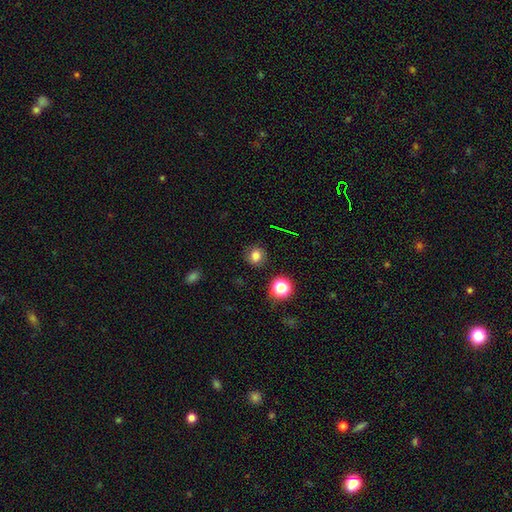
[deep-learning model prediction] This is likely a smooth galaxy (75%). How rounded: clearly round (80%). Merging: clearly none (83%).